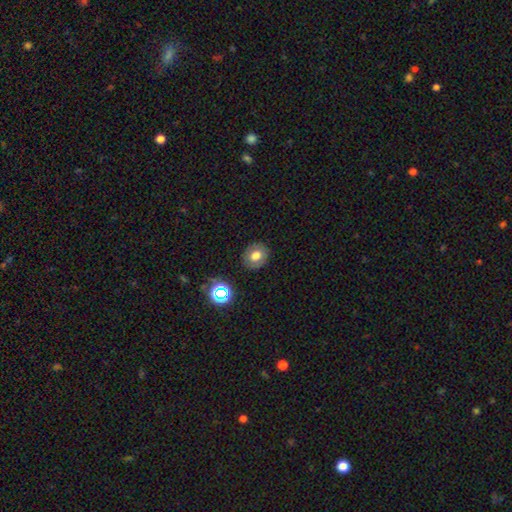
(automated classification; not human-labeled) This is likely a smooth galaxy (67%). How rounded: likely round (65%). Merging: clearly none (86%).